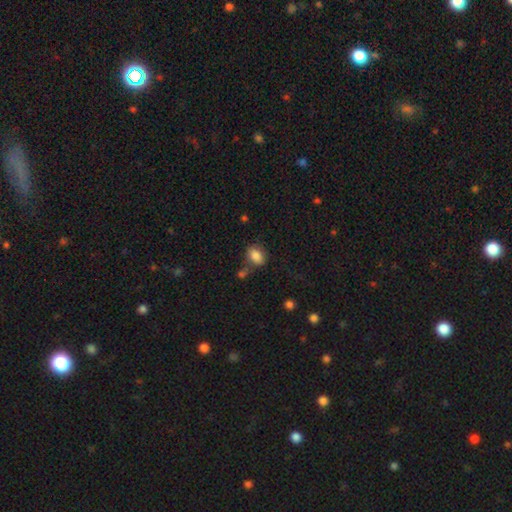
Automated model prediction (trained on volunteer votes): Smooth or featured? smooth (85%)
How rounded? in between (77%)
Merging? none (62%)